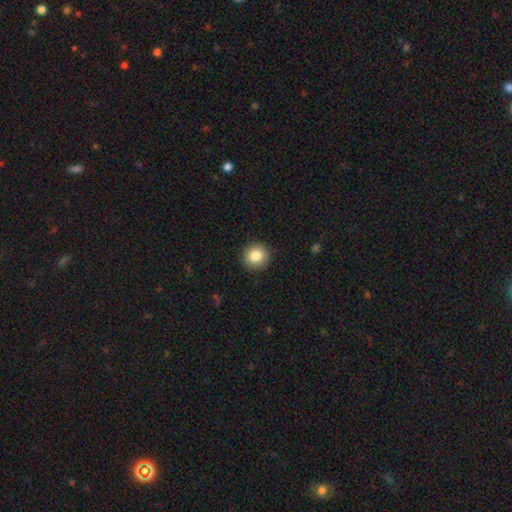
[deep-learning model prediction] smooth_or_featured: smooth (p=0.84) [alt: star or artifact p=0.09]
how_rounded: round (p=0.93) [alt: in between p=0.06]
merging: none (p=0.92) [alt: minor disturbance p=0.05]